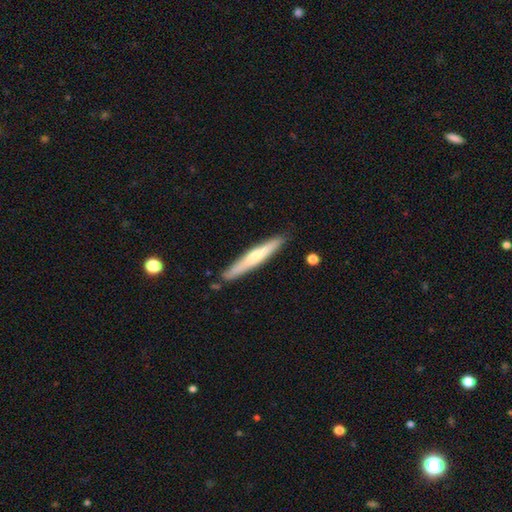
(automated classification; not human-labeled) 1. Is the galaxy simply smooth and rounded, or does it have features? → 52% smooth, 43% featured or disk, 5% star or artifact.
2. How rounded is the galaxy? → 95% cigar-shaped, 4% in between, 1% round.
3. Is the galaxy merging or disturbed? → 86% none, 10% minor disturbance, 2% merger, 2% major disturbance.